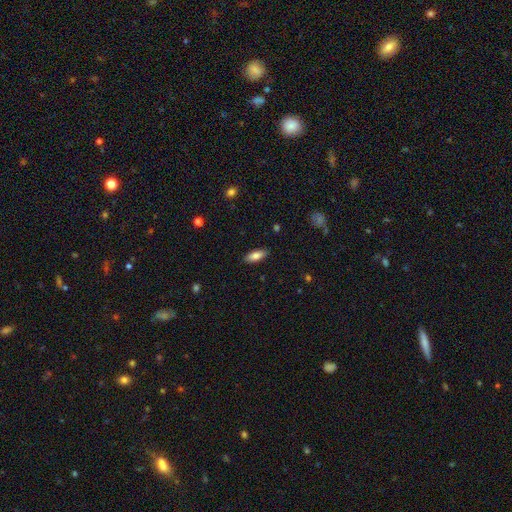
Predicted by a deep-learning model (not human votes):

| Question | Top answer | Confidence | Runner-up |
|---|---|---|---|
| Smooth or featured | smooth | 80% | featured or disk (14%) |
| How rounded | in between | 78% | cigar-shaped (20%) |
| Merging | none | 89% | minor disturbance (9%) |